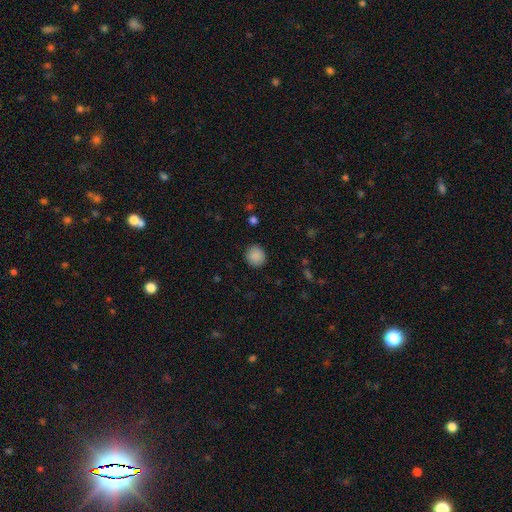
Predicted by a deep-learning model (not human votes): Smooth or featured? Predicted: smooth (p=0.88). How rounded? Predicted: round (p=0.87). Merging? Predicted: none (p=0.88).